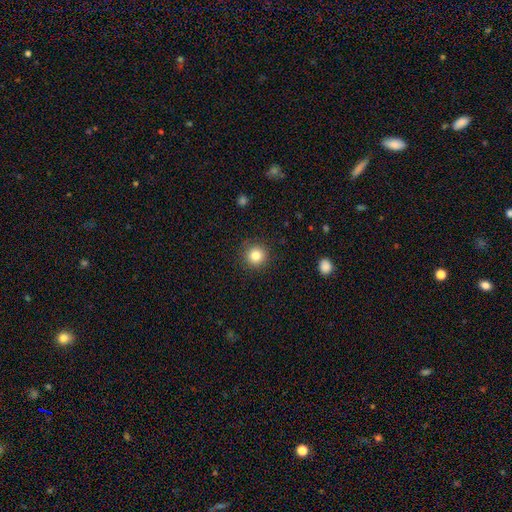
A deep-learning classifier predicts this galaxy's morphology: This is clearly a smooth galaxy (83%). How rounded: clearly round (95%). Merging: clearly none (90%).